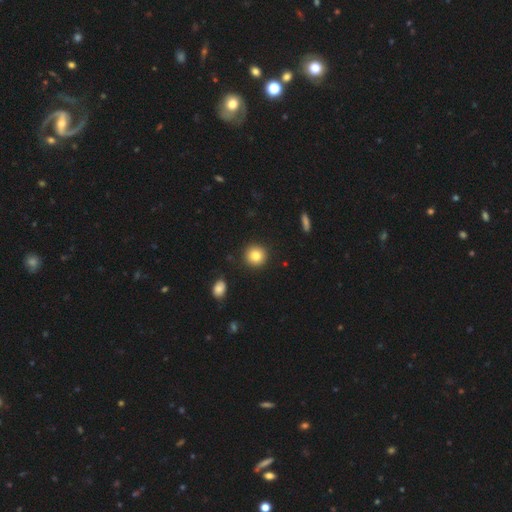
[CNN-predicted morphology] Smooth or featured? smooth (82%)
How rounded? round (92%)
Merging? none (91%)